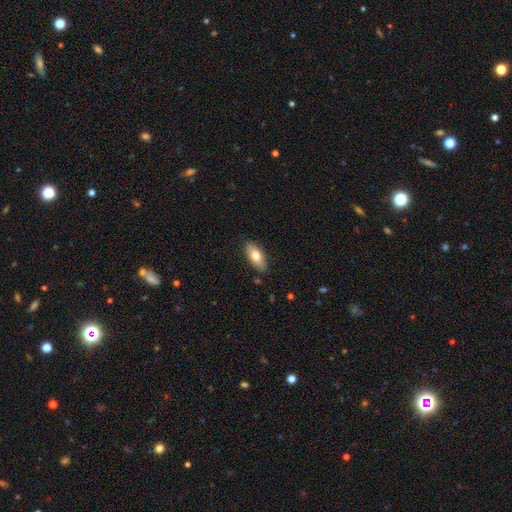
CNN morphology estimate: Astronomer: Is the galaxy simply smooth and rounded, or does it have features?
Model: smooth — 74%.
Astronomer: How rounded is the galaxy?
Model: in between — 83%.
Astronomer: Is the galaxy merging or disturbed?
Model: none — 84%.